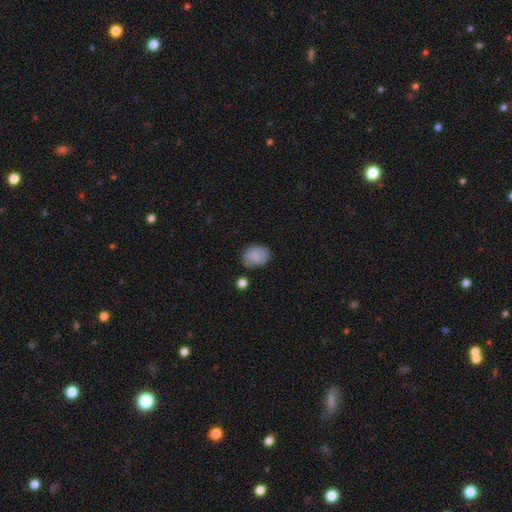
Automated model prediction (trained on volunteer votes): Morphology: type=smooth (82%); roundness=in between (66%); merging=none (72%).